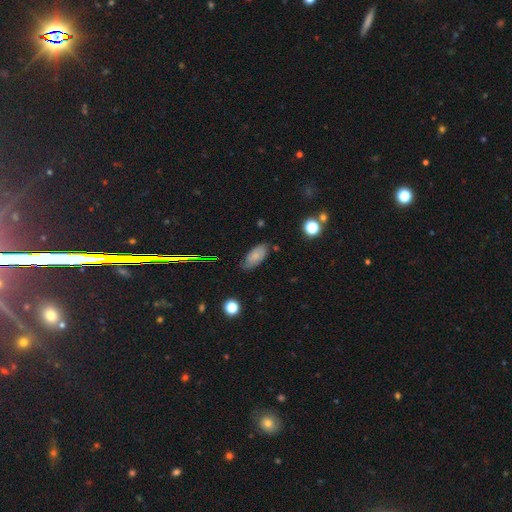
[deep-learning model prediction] This is likely a smooth galaxy (67%). How rounded: clearly in between (89%). Merging: likely none (70%).